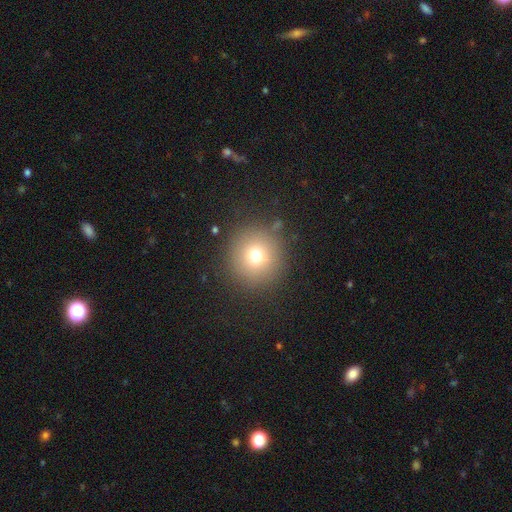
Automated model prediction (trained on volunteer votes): This appears to be a smooth galaxy with no disk features (72%) that is round (95%). Merging: none (87%).